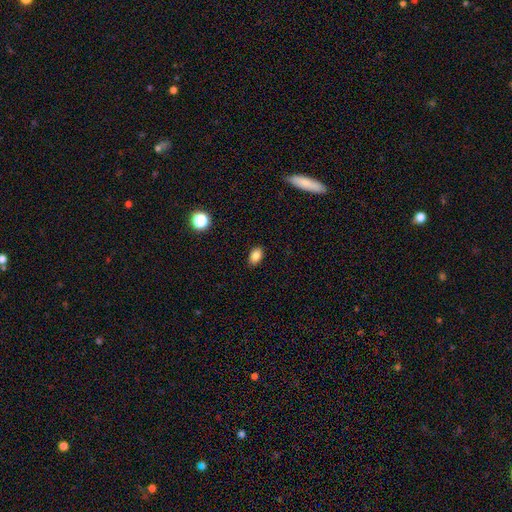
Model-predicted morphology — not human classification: Smooth or featured? Predicted: smooth (p=0.85). How rounded? Predicted: in between (p=0.84). Merging? Predicted: none (p=0.88).